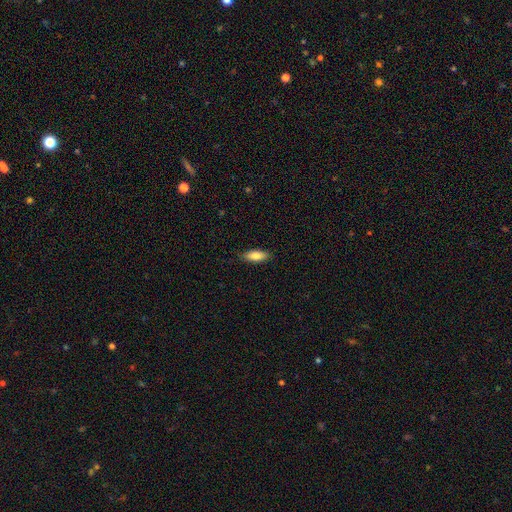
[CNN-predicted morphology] This appears to be a smooth galaxy with no disk features (84%) that is in between round and cigar-shaped (73%). Merging: none (85%).